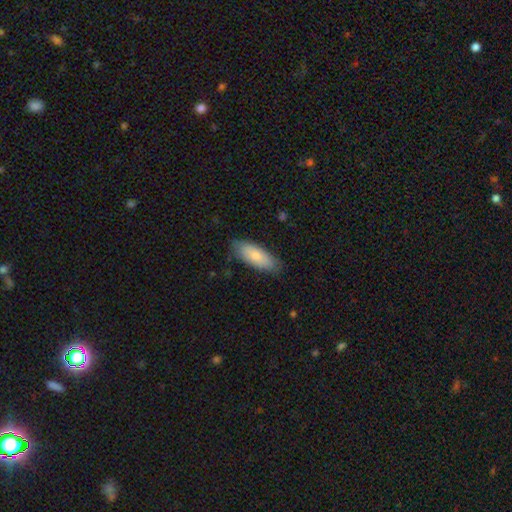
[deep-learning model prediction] Smooth or featured? smooth (77%)
How rounded? in between (75%)
Merging? none (82%)